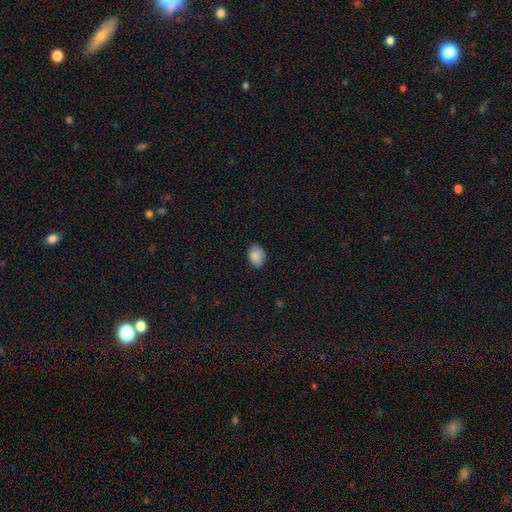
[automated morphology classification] This is clearly a smooth galaxy (87%). How rounded: likely in between (73%). Merging: clearly none (80%).